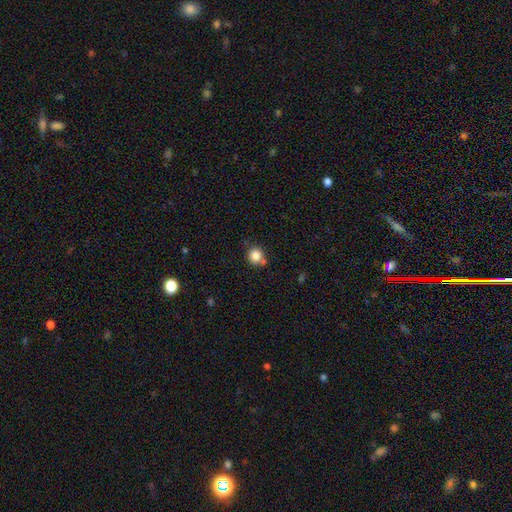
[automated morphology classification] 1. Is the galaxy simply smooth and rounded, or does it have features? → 84% smooth, 11% star or artifact, 6% featured or disk.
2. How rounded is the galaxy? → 89% round, 10% in between, 1% cigar-shaped.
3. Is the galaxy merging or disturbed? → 68% none, 16% merger, 13% minor disturbance, 4% major disturbance.